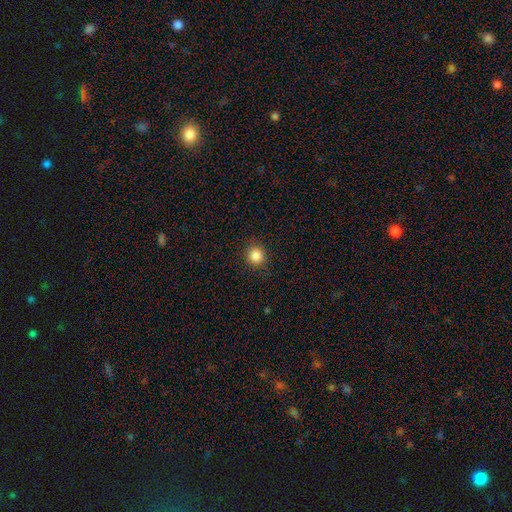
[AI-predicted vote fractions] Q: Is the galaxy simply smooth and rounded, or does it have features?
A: smooth — 86%.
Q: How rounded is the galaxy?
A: round — 92%.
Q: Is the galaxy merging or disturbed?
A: none — 90%.